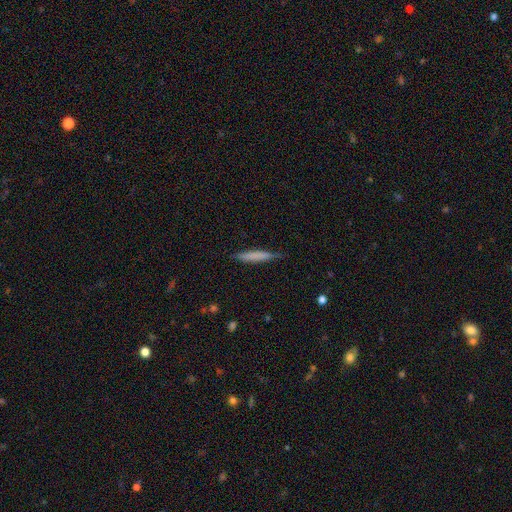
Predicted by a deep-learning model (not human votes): A smooth galaxy with no disk features (70%) that is cigar-shaped (94%). Merging: none (83%).